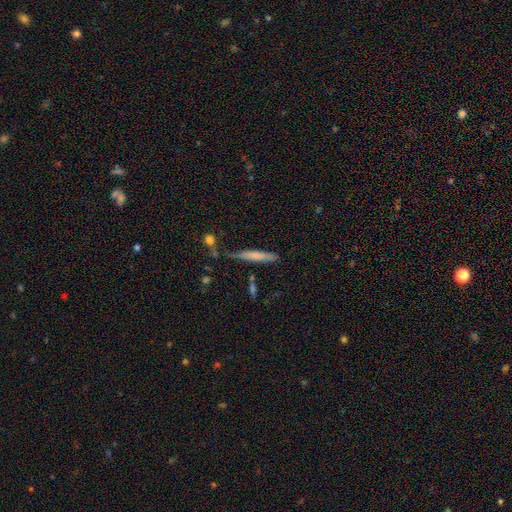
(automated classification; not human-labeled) This is likely a smooth galaxy (60%). How rounded: clearly cigar-shaped (94%). Merging: likely none (71%).